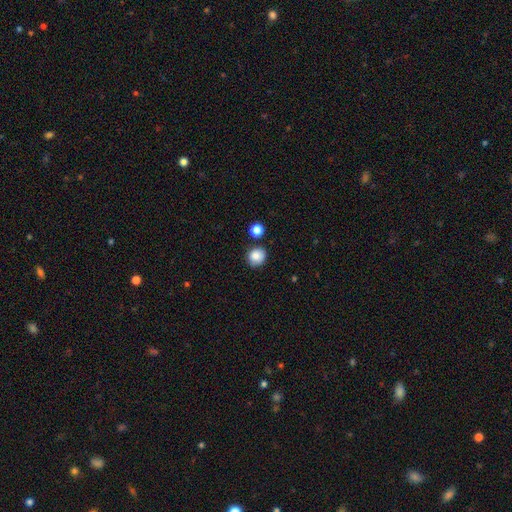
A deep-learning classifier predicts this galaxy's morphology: Q: Smooth or featured?
A: smooth (85%); runner-up: star or artifact (10%)
Q: How rounded?
A: round (86%); runner-up: in between (13%)
Q: Merging?
A: none (81%); runner-up: minor disturbance (11%)